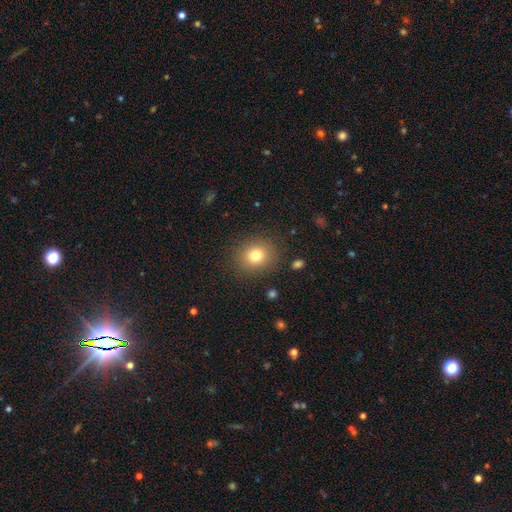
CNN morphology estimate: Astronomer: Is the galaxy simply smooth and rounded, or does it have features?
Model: smooth — 78%.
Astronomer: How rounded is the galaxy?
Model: round — 76%.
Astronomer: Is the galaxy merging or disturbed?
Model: none — 87%.